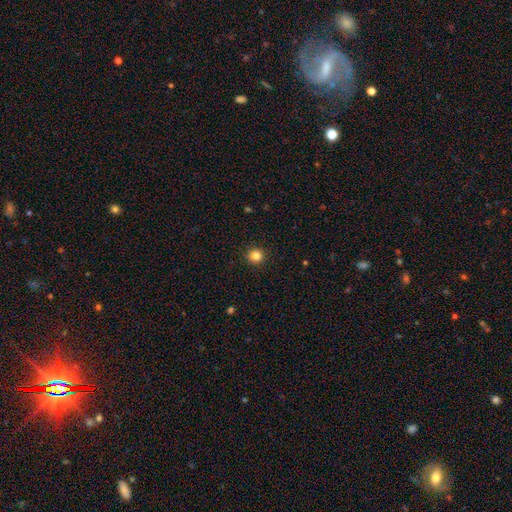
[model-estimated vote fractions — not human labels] This appears to be a smooth galaxy with no disk features (84%) that is round (94%). Merging: none (93%).